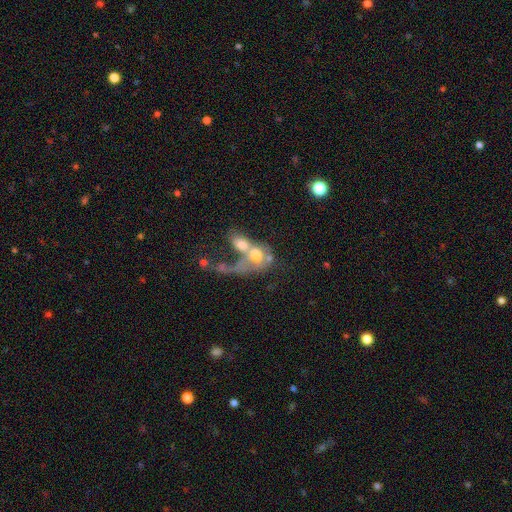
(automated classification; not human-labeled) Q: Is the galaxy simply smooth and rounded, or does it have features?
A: smooth — 51%.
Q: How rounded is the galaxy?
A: in between — 56%.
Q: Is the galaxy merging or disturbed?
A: merger — 68%.